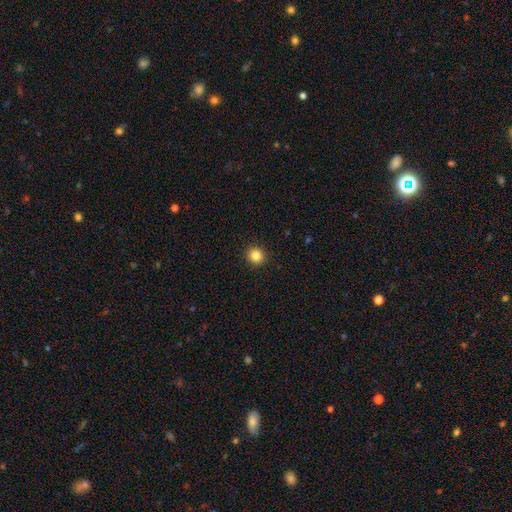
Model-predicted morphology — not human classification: type=smooth (84%); roundness=round (92%); merging=none (93%).